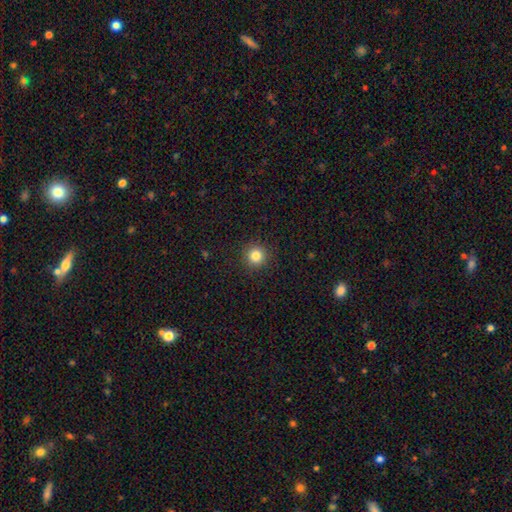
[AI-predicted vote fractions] Smooth or featured: smooth — 83% (star or artifact — 12%)
How rounded: round — 95% (in between — 4%)
Merging: none — 92% (minor disturbance — 5%)